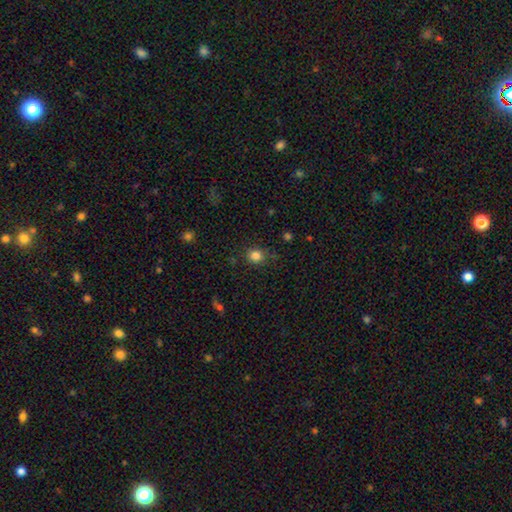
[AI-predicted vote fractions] smooth 83%, star or artifact 13%, featured or disk 5%. Down the decision tree: how rounded — round (84%); merging — none (81%).